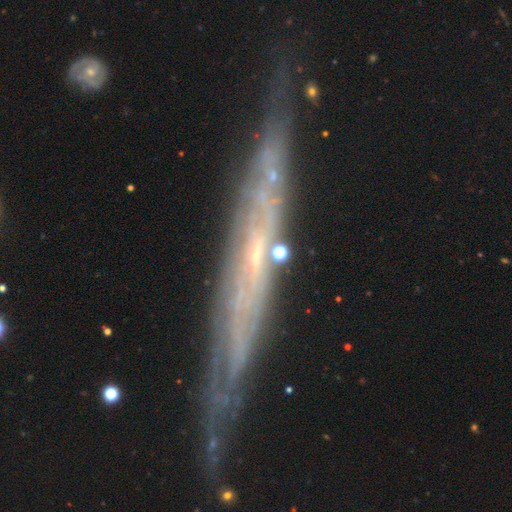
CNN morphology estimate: This appears to be a featured or disk galaxy (72%) viewed edge-on (82%) with no central bulge (79%). Merging: none (80%).